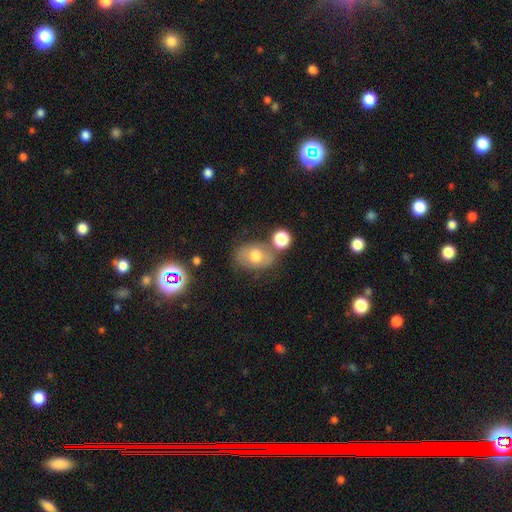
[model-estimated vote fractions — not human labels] This appears to be a smooth galaxy with no disk features (64%) that is in between round and cigar-shaped (71%). Merging: none (58%).